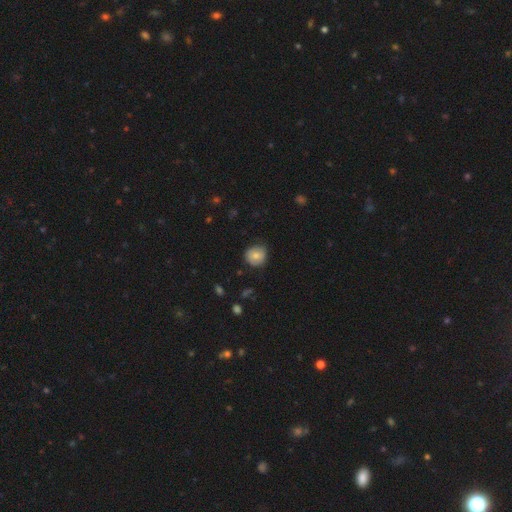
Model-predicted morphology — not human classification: This is likely a smooth galaxy (76%). How rounded: clearly round (87%). Merging: likely none (77%).